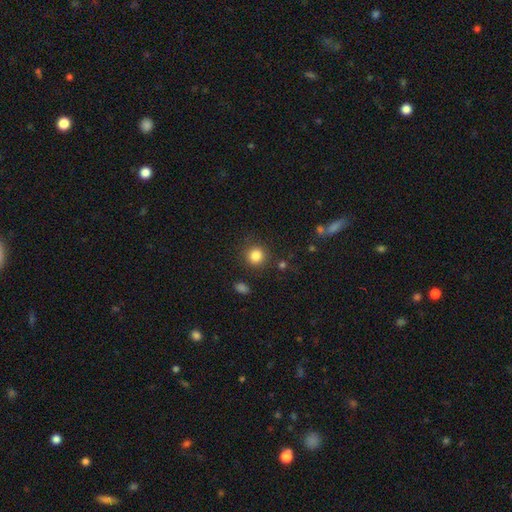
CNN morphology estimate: Smooth or featured? Predicted: smooth (p=0.84). How rounded? Predicted: round (p=0.90). Merging? Predicted: none (p=0.85).